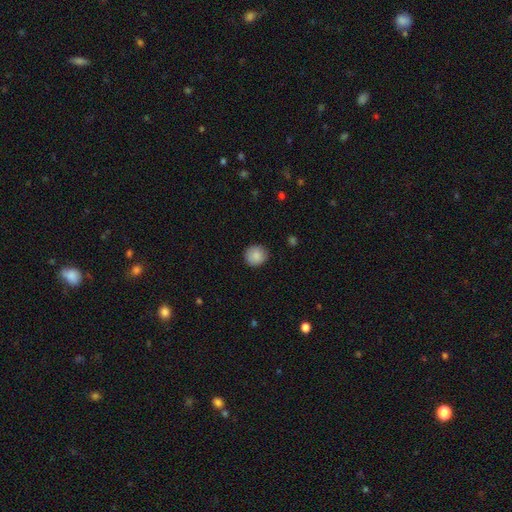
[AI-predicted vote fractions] smooth-or-featured: smooth: 87% | star or artifact: 8% | featured or disk: 5%
  how-rounded: round: 90% | in between: 9% | cigar-shaped: 1%
  merging: none: 88% | minor disturbance: 9% | major disturbance: 2% | merger: 1%